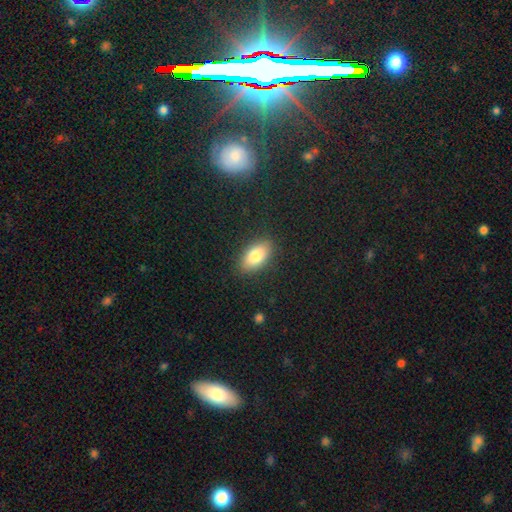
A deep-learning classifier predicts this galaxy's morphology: smooth_or_featured: smooth (p=0.81) [alt: featured or disk p=0.12]
how_rounded: in between (p=0.91) [alt: cigar-shaped p=0.05]
merging: none (p=0.87) [alt: minor disturbance p=0.09]